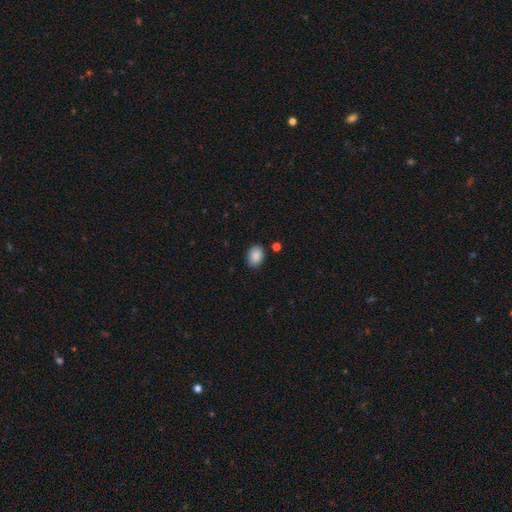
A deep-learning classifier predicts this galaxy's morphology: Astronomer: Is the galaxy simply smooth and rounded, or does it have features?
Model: smooth — 88%.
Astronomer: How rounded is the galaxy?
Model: in between — 76%.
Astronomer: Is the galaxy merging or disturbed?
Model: none — 85%.